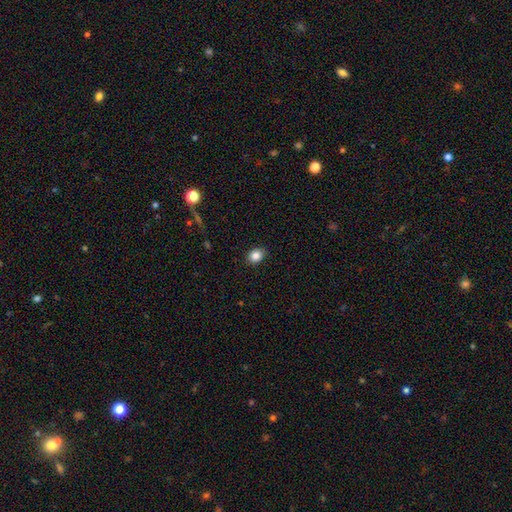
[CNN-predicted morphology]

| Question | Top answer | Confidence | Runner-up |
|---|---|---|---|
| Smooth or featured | smooth | 85% | star or artifact (10%) |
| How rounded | in between | 53% | round (46%) |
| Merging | none | 88% | minor disturbance (9%) |